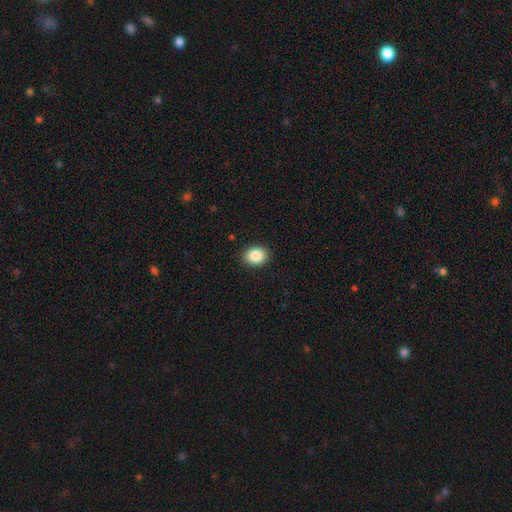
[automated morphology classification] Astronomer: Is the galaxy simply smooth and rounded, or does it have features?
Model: smooth — 87%.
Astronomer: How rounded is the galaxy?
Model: in between — 55% (runner-up: round, 44%).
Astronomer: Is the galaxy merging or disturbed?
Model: none — 91%.